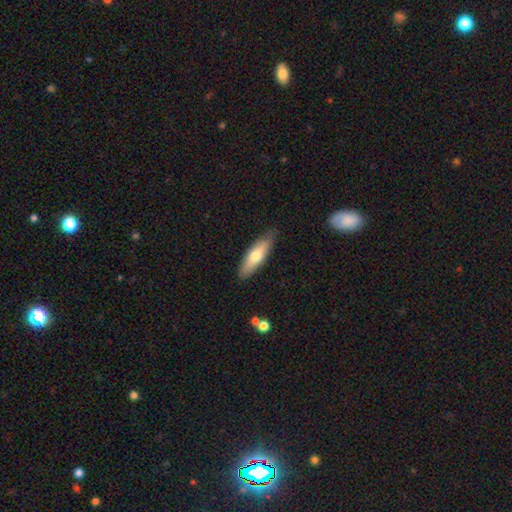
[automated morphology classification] Q: Smooth or featured?
A: smooth (68%); runner-up: featured or disk (27%)
Q: How rounded?
A: cigar-shaped (51%); runner-up: in between (47%)
Q: Merging?
A: none (84%); runner-up: minor disturbance (12%)